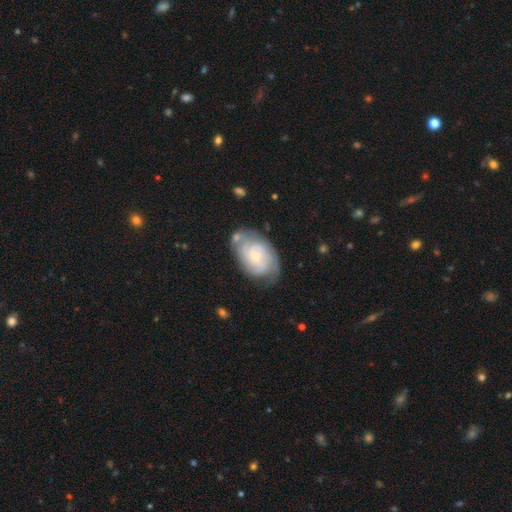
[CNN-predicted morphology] smooth-or-featured: featured or disk: 74% | smooth: 20% | star or artifact: 6%
  disk-edge-on: no: 97% | yes: 3%
    bar: no: 69% | weak: 28% | strong: 4%
    has-spiral-arms: yes: 92% | no: 8%
      spiral-winding: tight: 58% | medium: 33% | loose: 9%
      spiral-arm-count: can't tell: 36% | 2: 29% | 3: 19% | 4: 8% | 1: 4% | more than 4: 4%
    bulge-size: small: 72% | moderate: 21% | none: 4% | large: 2% | dominant: 1%
  merging: none: 62% | minor disturbance: 23% | major disturbance: 9% | merger: 6%